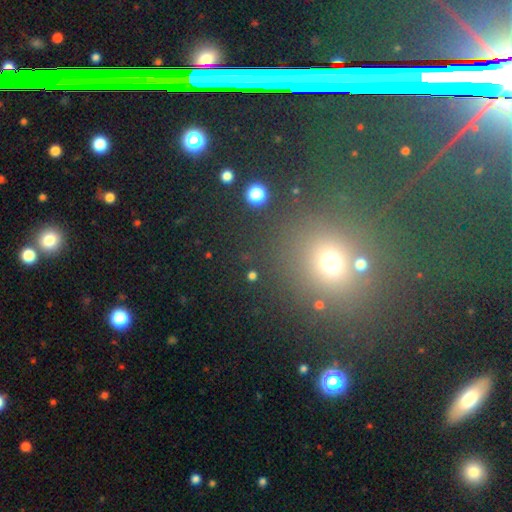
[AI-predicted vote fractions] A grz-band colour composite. It shows a star or artifact, not a galaxy (46%).